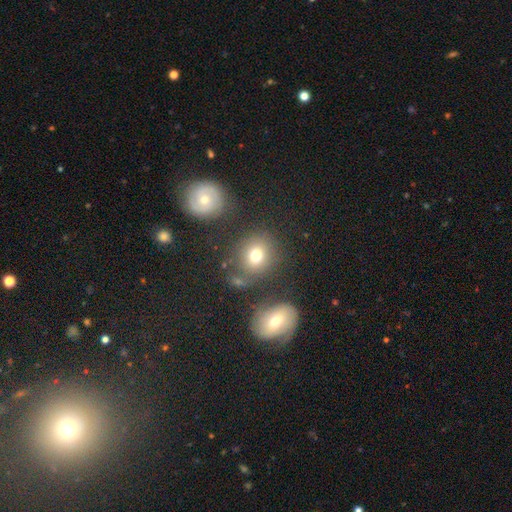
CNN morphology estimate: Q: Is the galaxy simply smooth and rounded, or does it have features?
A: smooth — 74%.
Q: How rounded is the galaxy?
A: round — 75%.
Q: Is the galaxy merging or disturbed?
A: none — 70%.